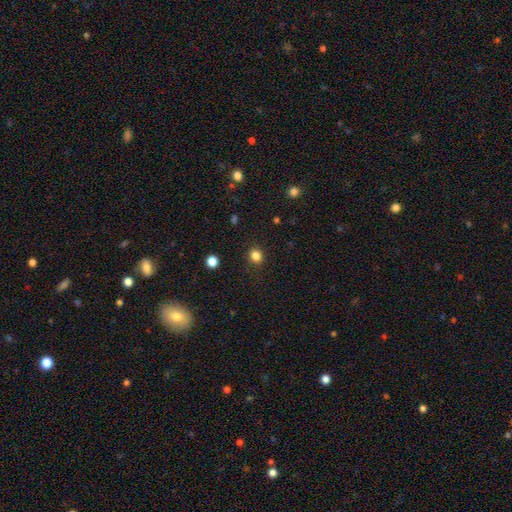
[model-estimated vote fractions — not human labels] Q: Smooth or featured?
A: smooth (84%); runner-up: star or artifact (13%)
Q: How rounded?
A: round (85%); runner-up: in between (14%)
Q: Merging?
A: none (90%); runner-up: minor disturbance (7%)